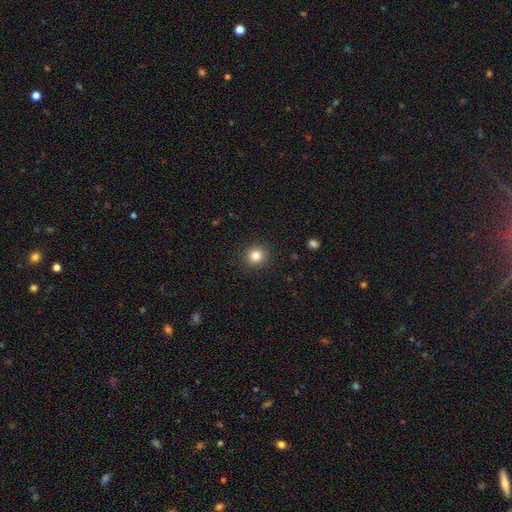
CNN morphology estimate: This appears to be a smooth galaxy with no disk features (83%) that is round (89%). Merging: none (91%).